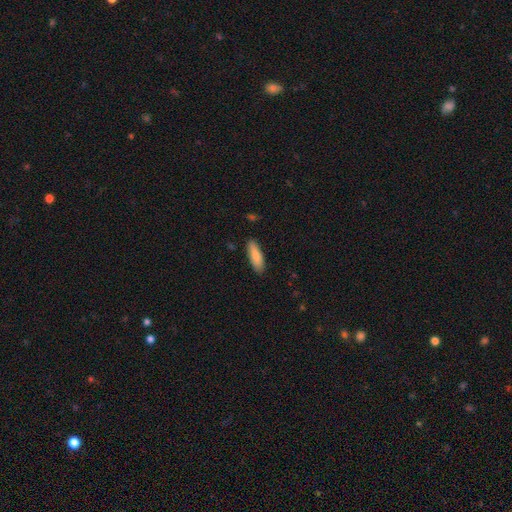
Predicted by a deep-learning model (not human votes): This appears to be a smooth galaxy with no disk features (85%) that is in between round and cigar-shaped (51%). Merging: none (87%).